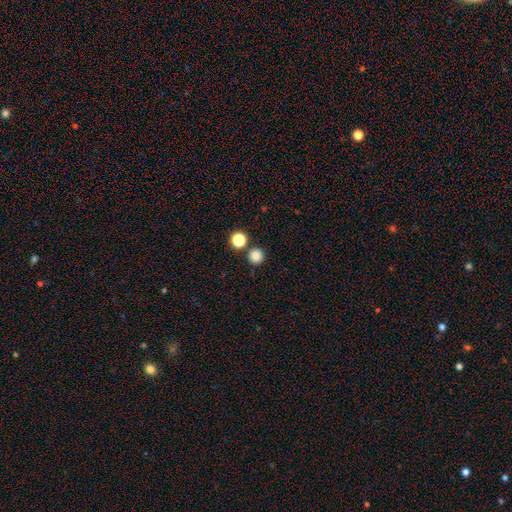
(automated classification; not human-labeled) Q: Smooth or featured?
A: smooth (84%); runner-up: star or artifact (13%)
Q: How rounded?
A: round (95%); runner-up: in between (4%)
Q: Merging?
A: none (84%); runner-up: merger (8%)